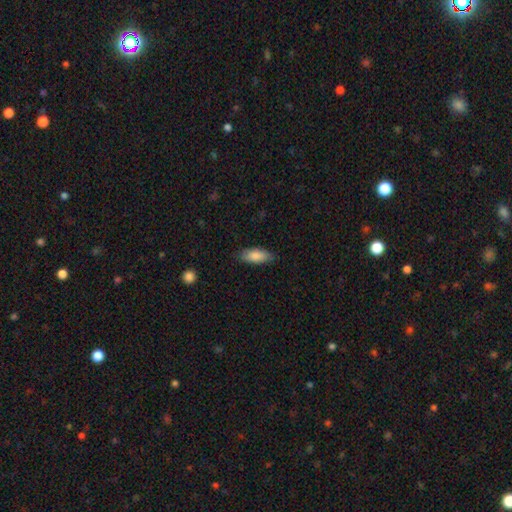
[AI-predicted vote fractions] Overall: smooth (85%). How rounded: in between (79%). Merging: none (83%).